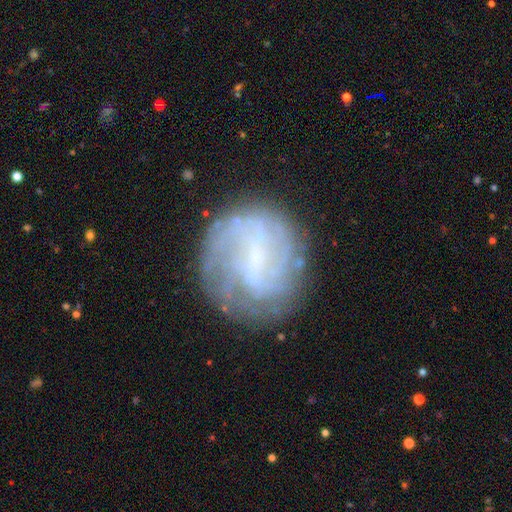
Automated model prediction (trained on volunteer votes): Overall: featured or disk (68%). Edge-on disk: no (97%). Bar: weak (47%; strong 36%). Spiral arms: yes (78%). Spiral arm count: can't tell (47%; 2 25%). Spiral winding: tight (52%; medium 29%). Bulge size: small (55%; none 31%). Merging: none (77%).